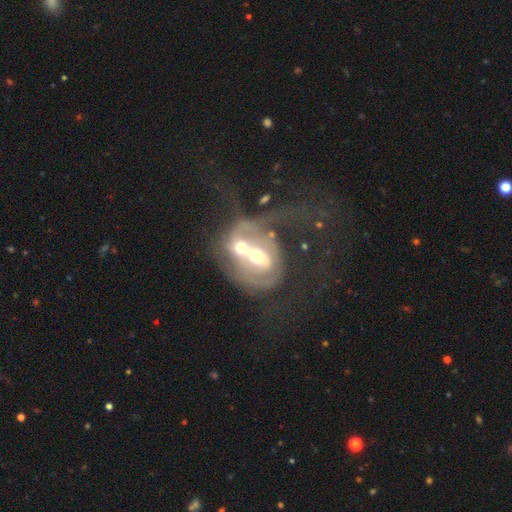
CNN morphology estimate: A featured or disk galaxy (69%) with no bar (62%), spiral arms (52%) and a moderate central bulge (67%).

Vote fractions:
- Smooth or featured? featured or disk: 69% / smooth: 24% / star or artifact: 8%
- Edge-on disk? no: 96% / yes: 4%
- Bar? no: 62% / weak: 26% / strong: 12%
- Spiral arms? yes: 52% / no: 48%
- Bulge size? moderate: 67% / small: 18% / large: 10% / none: 2% / dominant: 2%
- Merging? merger: 74% / major disturbance: 14% / none: 8% / minor disturbance: 5%